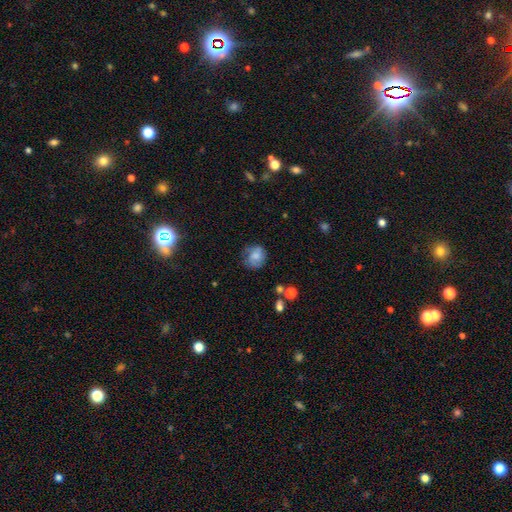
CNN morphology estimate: smooth-or-featured: smooth: 56% | featured or disk: 35% | star or artifact: 9%
  how-rounded: round: 74% | in between: 25% | cigar-shaped: 1%
  merging: none: 64% | minor disturbance: 24% | major disturbance: 10% | merger: 2%